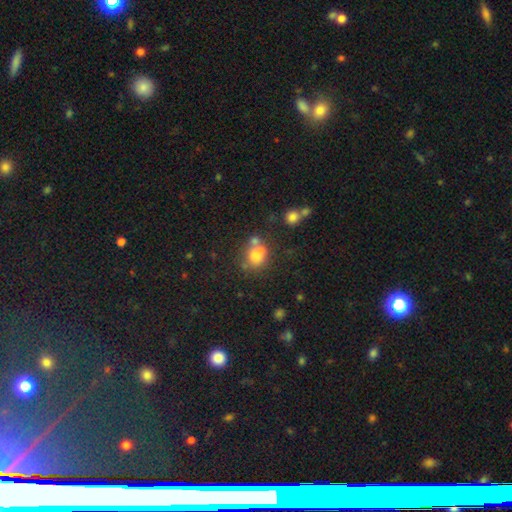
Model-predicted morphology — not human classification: smooth_or_featured: smooth (p=0.67) [alt: featured or disk p=0.18]
how_rounded: round (p=0.75) [alt: in between p=0.24]
merging: none (p=0.44) [alt: merger p=0.39]